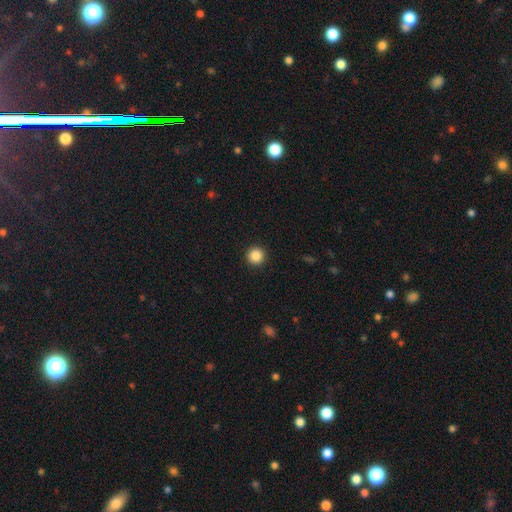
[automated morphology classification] smooth 86%, star or artifact 10%, featured or disk 4%. Down the decision tree: how rounded — round (96%); merging — none (93%).